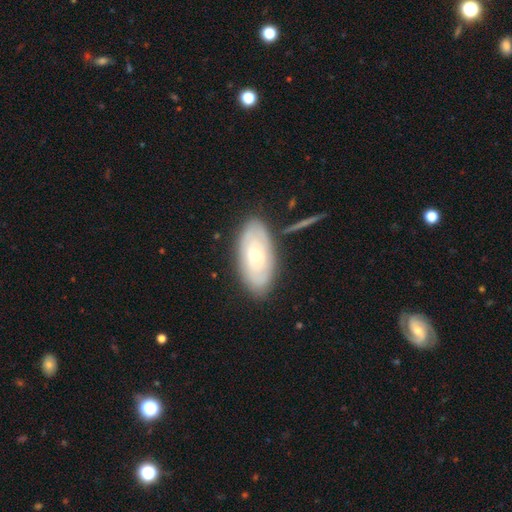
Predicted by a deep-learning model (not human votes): Smooth or featured: featured or disk — 54% (smooth — 40%)
Edge-on disk: no — 88% (yes — 12%)
Merging: none — 79% (minor disturbance — 13%)